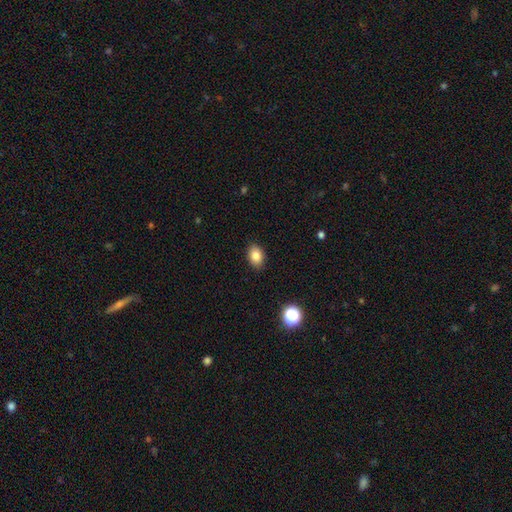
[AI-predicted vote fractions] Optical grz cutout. It shows a smooth galaxy with no disk features (84%) that is in between round and cigar-shaped (75%). Merging: none (88%).